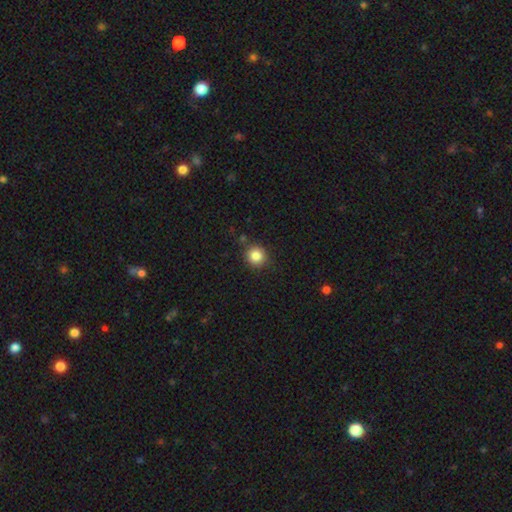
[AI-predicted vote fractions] smooth_or_featured: smooth (p=0.84) [alt: star or artifact p=0.11]
how_rounded: round (p=0.92) [alt: in between p=0.07]
merging: none (p=0.86) [alt: minor disturbance p=0.09]